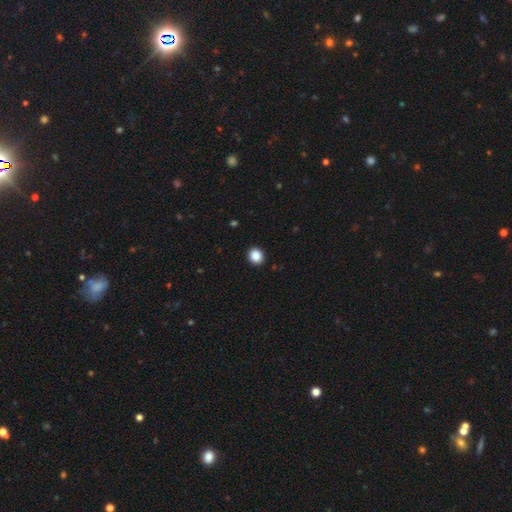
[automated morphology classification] Smooth or featured: smooth — 88% (star or artifact — 10%)
How rounded: round — 80% (in between — 19%)
Merging: none — 92% (minor disturbance — 5%)